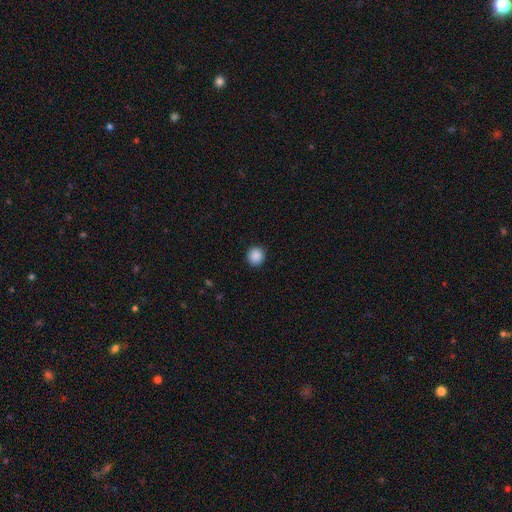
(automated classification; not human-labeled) Q: Smooth or featured?
A: smooth (89%); runner-up: star or artifact (9%)
Q: How rounded?
A: round (93%); runner-up: in between (6%)
Q: Merging?
A: none (92%); runner-up: minor disturbance (5%)